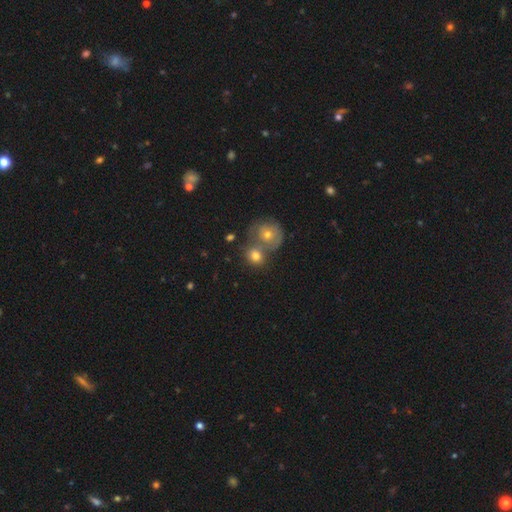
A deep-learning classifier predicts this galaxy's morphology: type=smooth (73%); roundness=round (75%); merging=merger (46%).